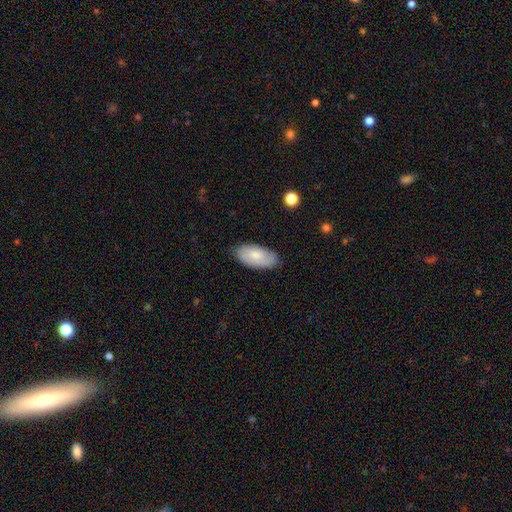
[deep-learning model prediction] Smooth or featured: smooth — 75% (featured or disk — 19%)
How rounded: in between — 93% (cigar-shaped — 4%)
Merging: none — 80% (minor disturbance — 16%)